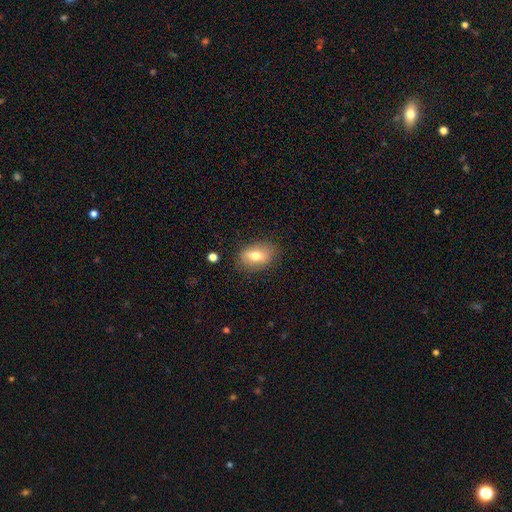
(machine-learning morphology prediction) Overall: smooth (71%). How rounded: in between (82%). Merging: none (81%).